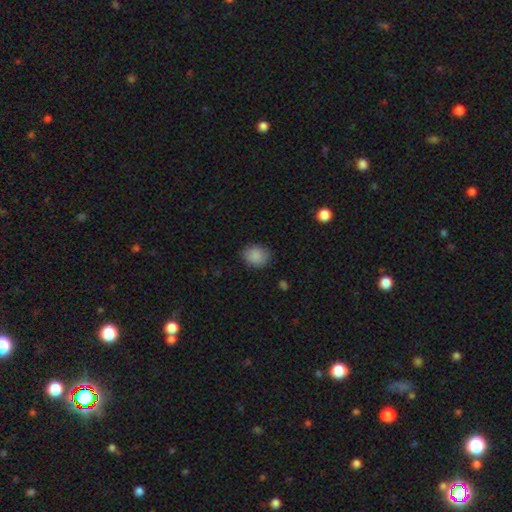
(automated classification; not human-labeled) A smooth galaxy with no disk features (88%) that is round (65%). Merging: none (83%).